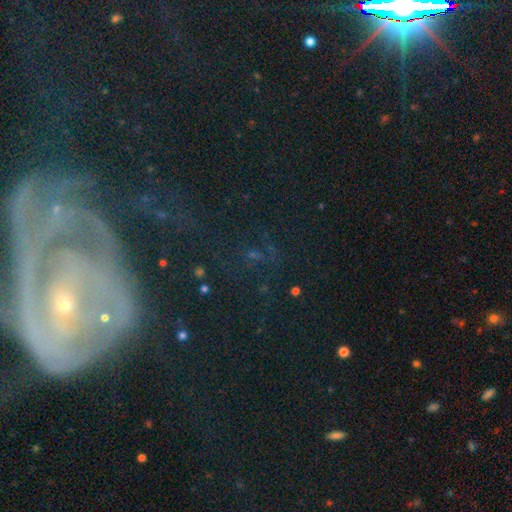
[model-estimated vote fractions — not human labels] The model was most divided on "smooth or featured": star or artifact: 52%, featured or disk: 29%, smooth: 19%.